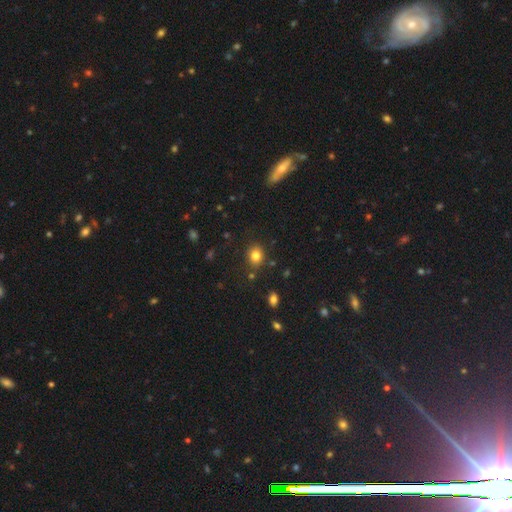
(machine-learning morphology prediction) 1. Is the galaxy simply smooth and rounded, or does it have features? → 81% smooth, 12% star or artifact, 7% featured or disk.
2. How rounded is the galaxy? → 63% round, 36% in between, 1% cigar-shaped.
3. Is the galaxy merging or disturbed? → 83% none, 11% minor disturbance, 4% merger, 3% major disturbance.